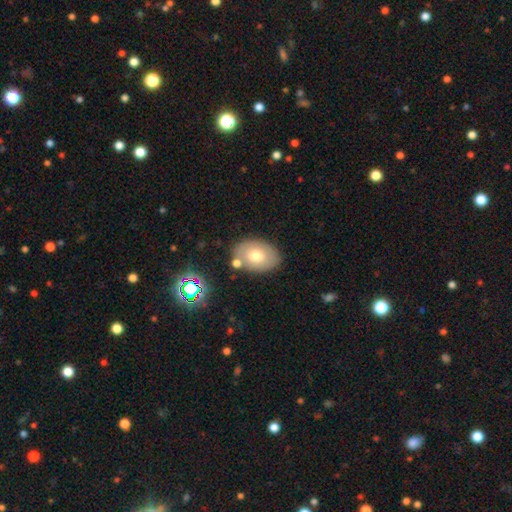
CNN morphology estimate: Smooth or featured: smooth — 69% (featured or disk — 22%)
How rounded: in between — 82% (round — 17%)
Merging: none — 75% (minor disturbance — 13%)